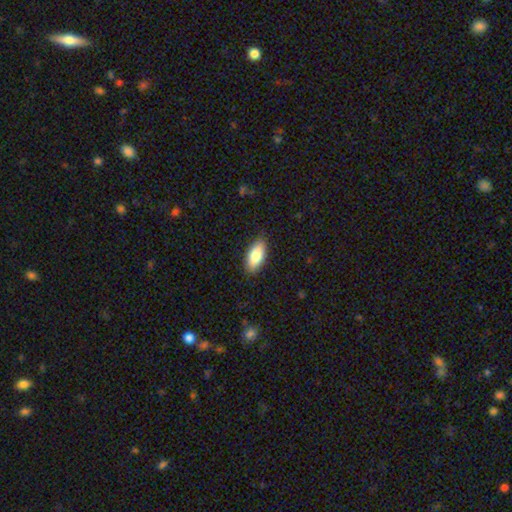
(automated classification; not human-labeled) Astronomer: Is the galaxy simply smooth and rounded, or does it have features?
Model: smooth — 83%.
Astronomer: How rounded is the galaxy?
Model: in between — 88%.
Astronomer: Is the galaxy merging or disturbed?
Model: none — 87%.